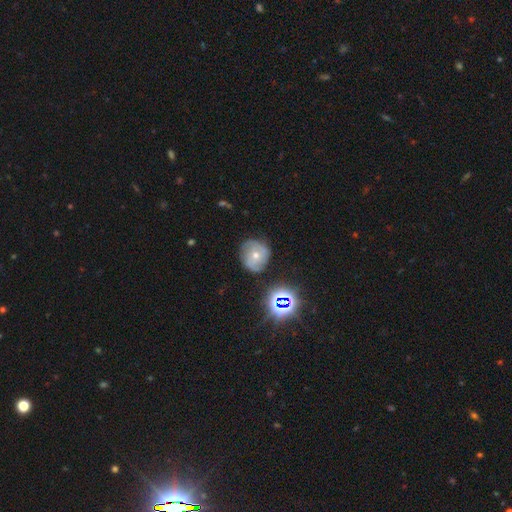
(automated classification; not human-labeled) This appears to be a featured or disk galaxy (55%) with no bar (76%), spiral arms (84%) and a moderate central bulge (51%). Merging: none (76%).